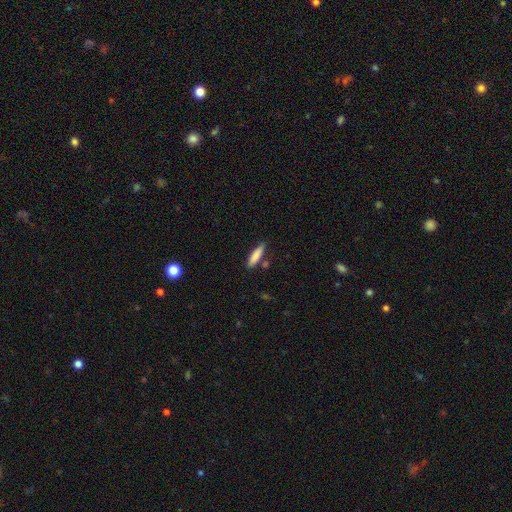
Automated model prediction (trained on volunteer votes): A smooth galaxy with no disk features (84%) that is cigar-shaped (71%). Merging: none (76%).